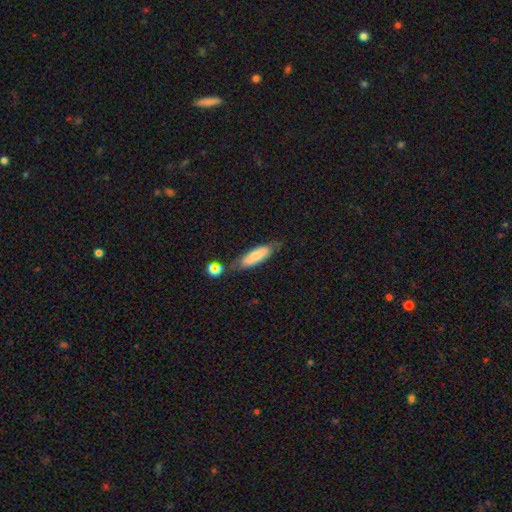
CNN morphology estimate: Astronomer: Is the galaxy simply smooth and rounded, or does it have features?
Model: smooth — 66%.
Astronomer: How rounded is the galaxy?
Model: in between — 52% (runner-up: cigar-shaped, 46%).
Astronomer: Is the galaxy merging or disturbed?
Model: none — 59%.